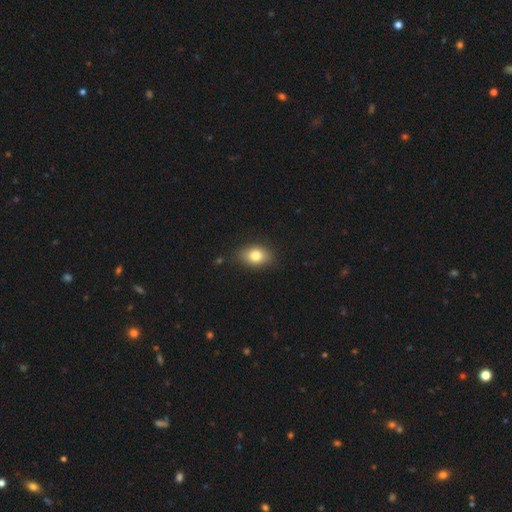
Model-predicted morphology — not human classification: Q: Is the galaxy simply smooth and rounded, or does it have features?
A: smooth — 80%.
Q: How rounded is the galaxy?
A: in between — 76%.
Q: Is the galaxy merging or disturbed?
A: none — 83%.